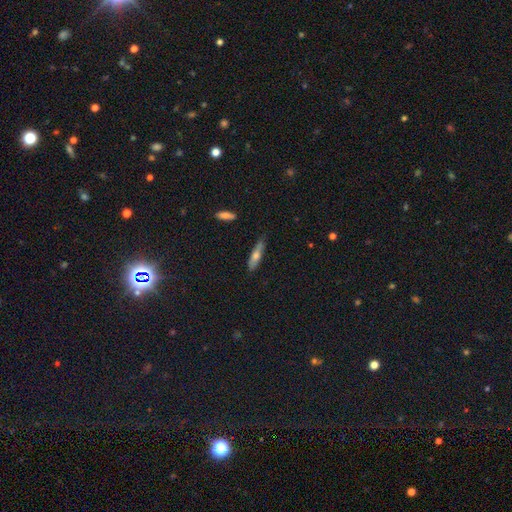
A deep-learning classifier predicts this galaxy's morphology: This is possibly a smooth galaxy (60%). How rounded: likely cigar-shaped (74%). Merging: likely none (72%).